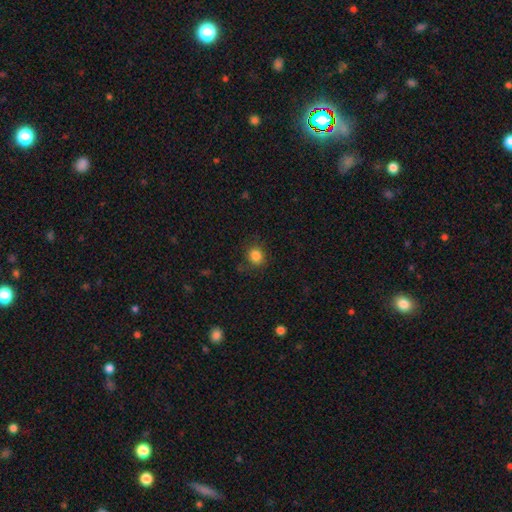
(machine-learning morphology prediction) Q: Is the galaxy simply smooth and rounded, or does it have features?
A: smooth — 85%.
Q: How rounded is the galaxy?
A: round — 79%.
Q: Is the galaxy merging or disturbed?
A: none — 84%.